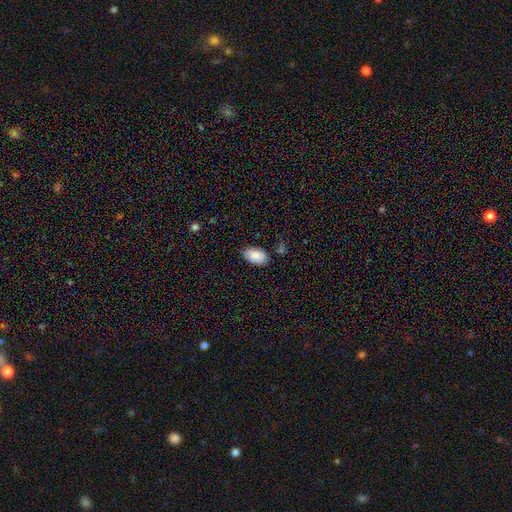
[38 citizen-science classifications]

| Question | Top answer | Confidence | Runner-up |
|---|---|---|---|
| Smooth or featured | smooth | 92% | star or artifact (5%) |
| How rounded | in between | 91% | round (6%) |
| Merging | none | 67% | minor disturbance (17%) |